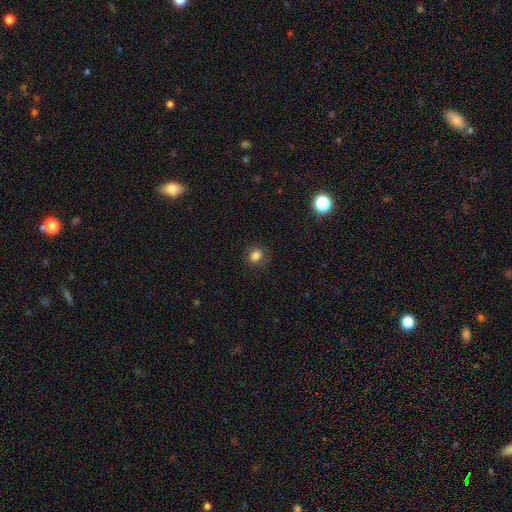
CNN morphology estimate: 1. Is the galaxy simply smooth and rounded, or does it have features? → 80% smooth, 12% star or artifact, 7% featured or disk.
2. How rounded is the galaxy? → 73% round, 26% in between, 1% cigar-shaped.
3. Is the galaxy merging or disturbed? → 83% none, 12% minor disturbance, 4% major disturbance, 1% merger.